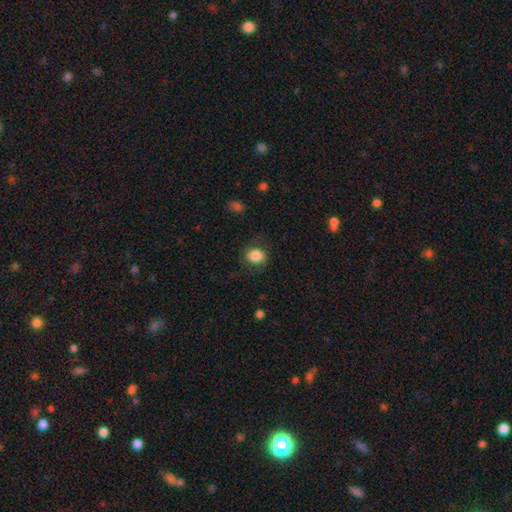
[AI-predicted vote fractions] smooth 78%, featured or disk 14%, star or artifact 8%. Down the decision tree: how rounded — round (69%); merging — none (67%).